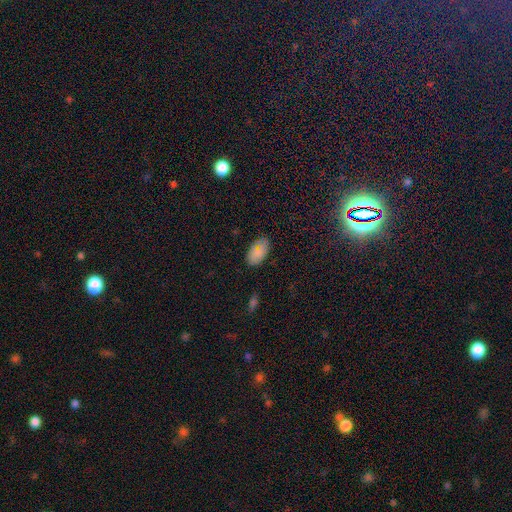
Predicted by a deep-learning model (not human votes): This is likely a smooth galaxy (79%). How rounded: clearly in between (95%). Merging: clearly none (83%).